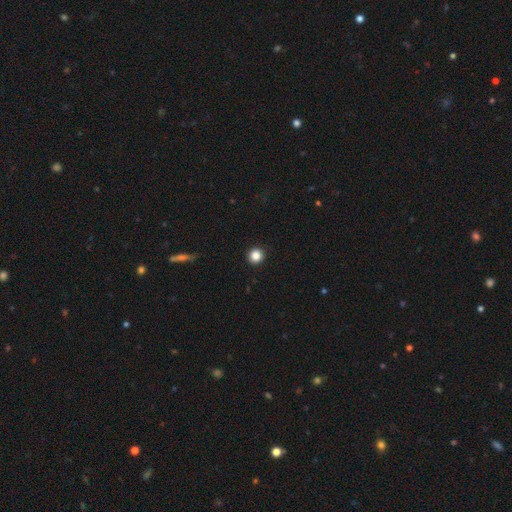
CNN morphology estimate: smooth 86%, star or artifact 11%, featured or disk 4%. Down the decision tree: how rounded — round (95%); merging — none (93%).